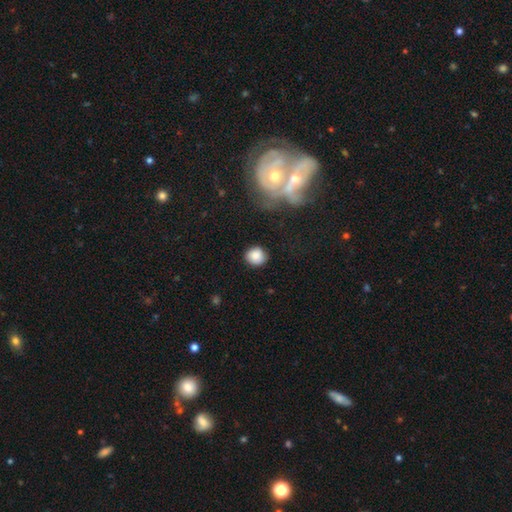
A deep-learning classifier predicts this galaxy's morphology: Q: Smooth or featured?
A: smooth (85%); runner-up: star or artifact (9%)
Q: How rounded?
A: round (83%); runner-up: in between (16%)
Q: Merging?
A: none (83%); runner-up: minor disturbance (12%)